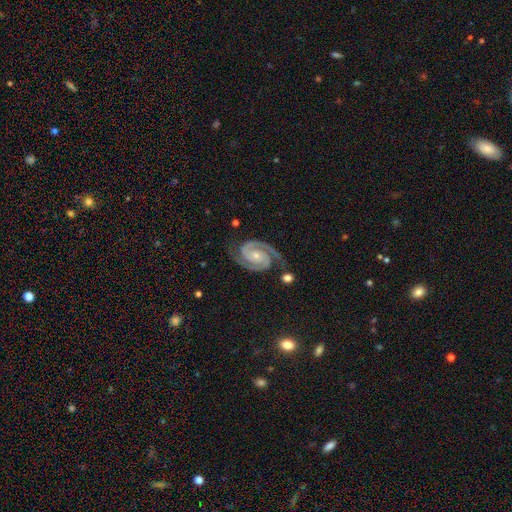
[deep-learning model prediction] Smooth or featured?
  - featured or disk: 94% *
  - star or artifact: 4%
  - smooth: 2%
Edge-on disk?
  - no: 98% *
  - yes: 2%
Bar?
  - no: 63% *
  - weak: 24%
  - strong: 13%
Spiral arms?
  - yes: 99% *
  - no: 1%
Spiral winding?
  - tight: 61% *
  - medium: 35%
  - loose: 4%
Spiral arm count?
  - 2: 94% *
  - 3: 2%
  - can't tell: 1%
  - 1: 1%
  - 4: 1%
  - more than 4: 1%
Bulge size?
  - small: 66% *
  - moderate: 29%
  - none: 3%
  - large: 1%
  - dominant: 1%
Merging?
  - none: 80% *
  - minor disturbance: 14%
  - major disturbance: 4%
  - merger: 3%